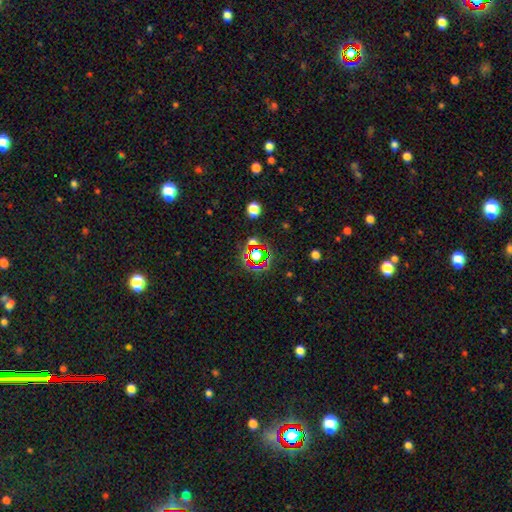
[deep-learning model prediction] This appears to be a star or artifact, not a galaxy (62%).